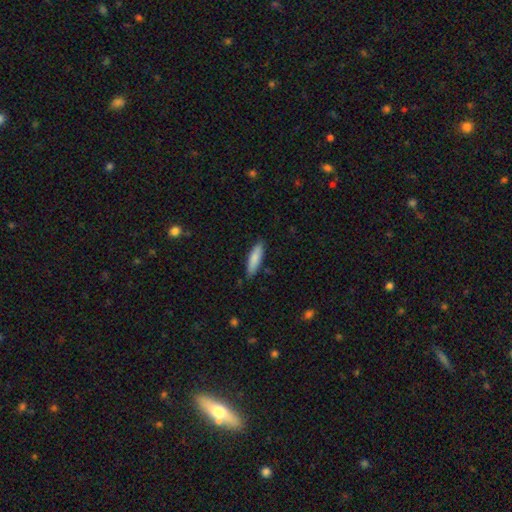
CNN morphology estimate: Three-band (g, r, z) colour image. It shows a smooth galaxy with no disk features (81%) that is cigar-shaped (75%). Merging: none (87%).